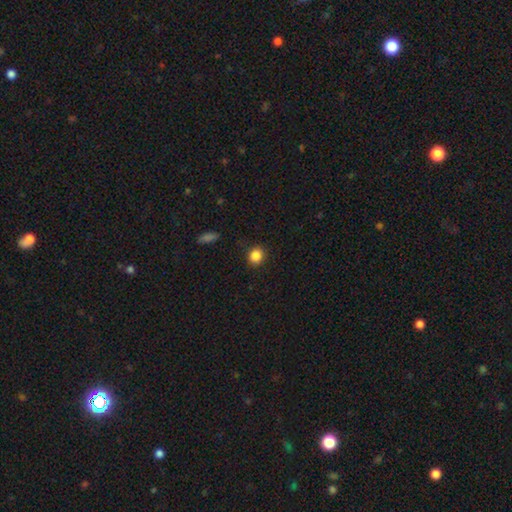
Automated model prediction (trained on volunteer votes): smooth-or-featured: smooth: 86% | star or artifact: 10% | featured or disk: 4%
  how-rounded: round: 82% | in between: 17% | cigar-shaped: 1%
  merging: none: 89% | minor disturbance: 8% | major disturbance: 2% | merger: 1%